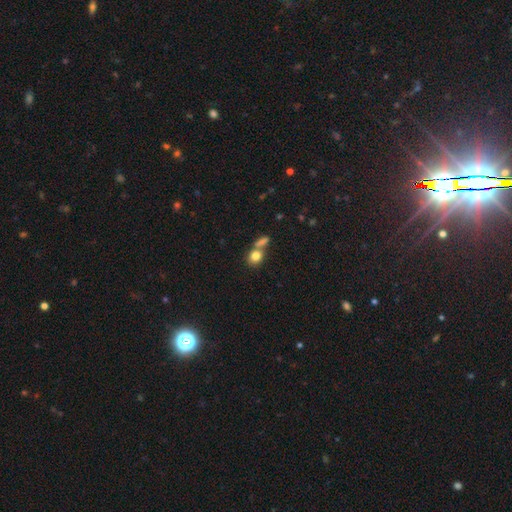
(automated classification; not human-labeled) Smooth or featured? smooth (81%)
How rounded? round (66%)
Merging? none (47%)